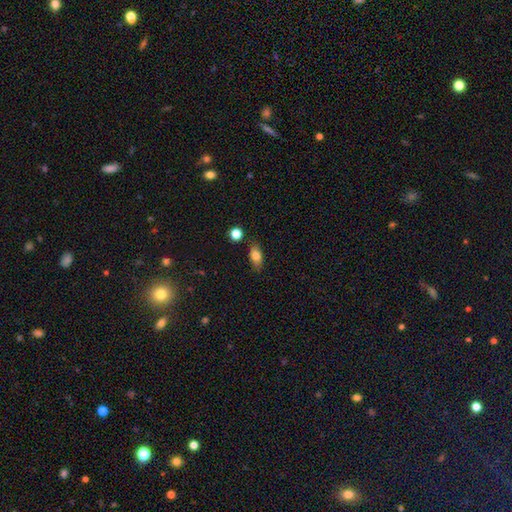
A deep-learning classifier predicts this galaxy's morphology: This appears to be a smooth galaxy with no disk features (80%) that is in between round and cigar-shaped (82%). Merging: none (81%).